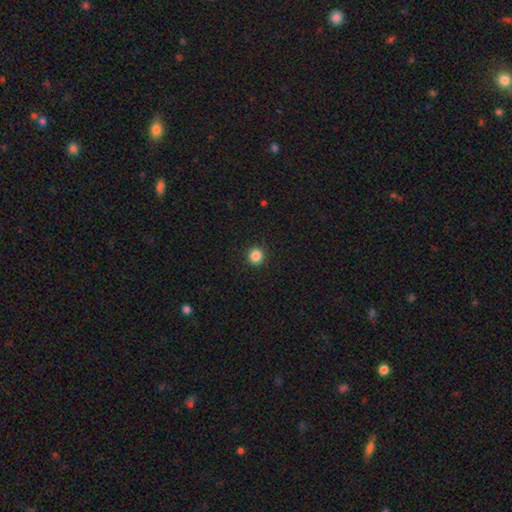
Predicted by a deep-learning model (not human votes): Smooth or featured?
  - smooth: 86% *
  - star or artifact: 11%
  - featured or disk: 3%
How rounded?
  - round: 93% *
  - in between: 6%
  - cigar-shaped: 1%
Merging?
  - none: 92% *
  - minor disturbance: 5%
  - major disturbance: 2%
  - merger: 1%